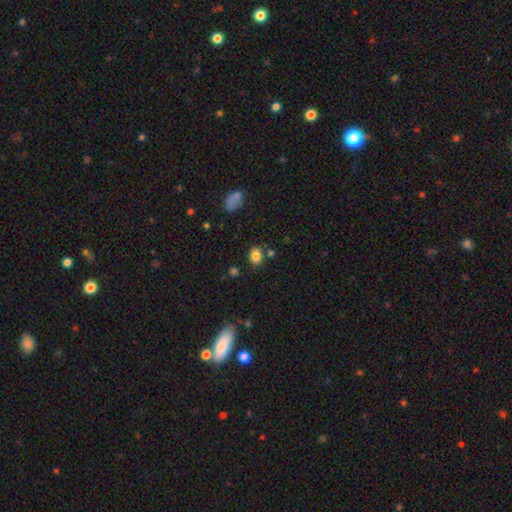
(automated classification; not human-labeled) This appears to be a smooth galaxy with no disk features (84%) that is in between round and cigar-shaped (65%). Merging: none (76%).